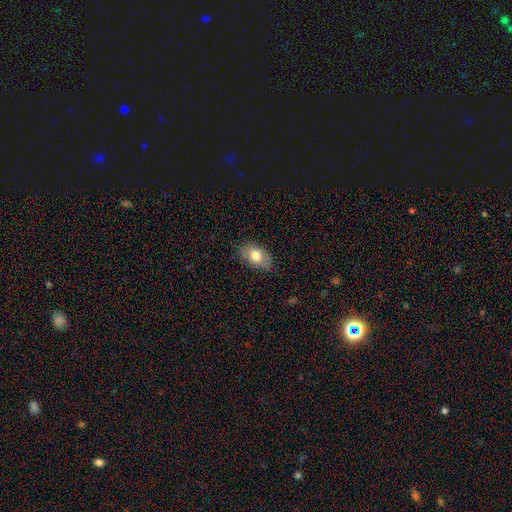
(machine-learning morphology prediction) This is likely a smooth galaxy (76%). How rounded: clearly in between (90%). Merging: clearly none (82%).